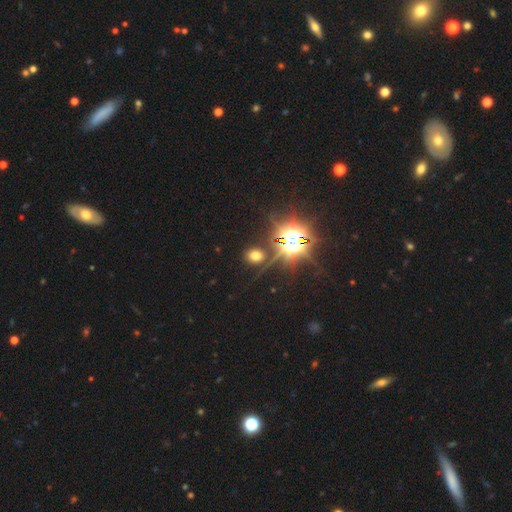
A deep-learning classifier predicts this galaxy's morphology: This is possibly a smooth galaxy (53%). How rounded: likely round (60%). Merging: clearly none (81%).